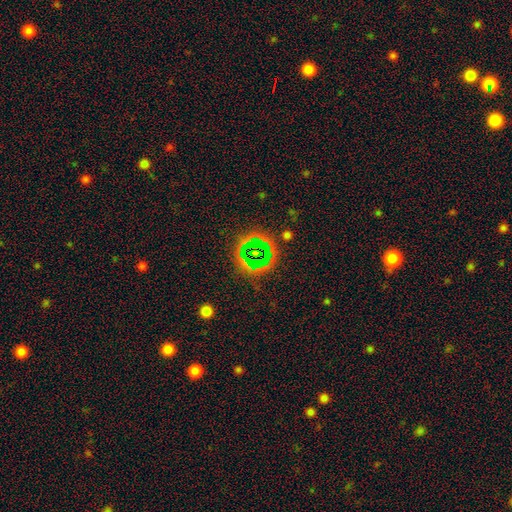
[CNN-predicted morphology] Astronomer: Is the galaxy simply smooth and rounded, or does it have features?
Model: star or artifact — 67%.